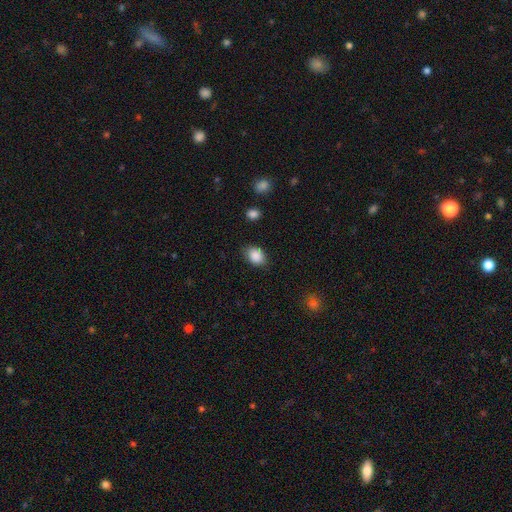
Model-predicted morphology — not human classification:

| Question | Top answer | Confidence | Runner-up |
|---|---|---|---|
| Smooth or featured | smooth | 88% | star or artifact (8%) |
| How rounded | in between | 69% | round (30%) |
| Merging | none | 80% | minor disturbance (15%) |